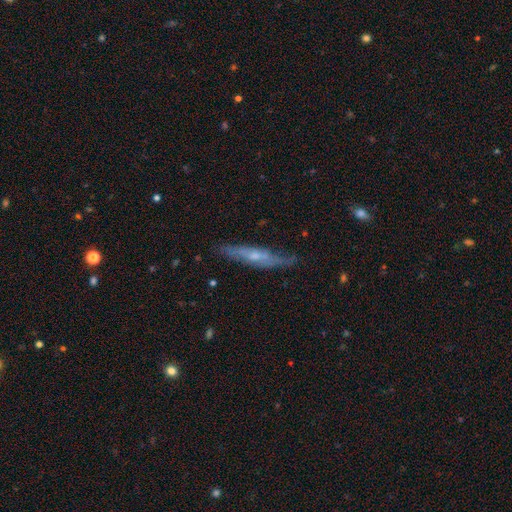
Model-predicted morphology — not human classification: Smooth or featured? Predicted: featured or disk (p=0.61). Edge-on disk? Predicted: yes (p=0.74). Merging? Predicted: none (p=0.69).